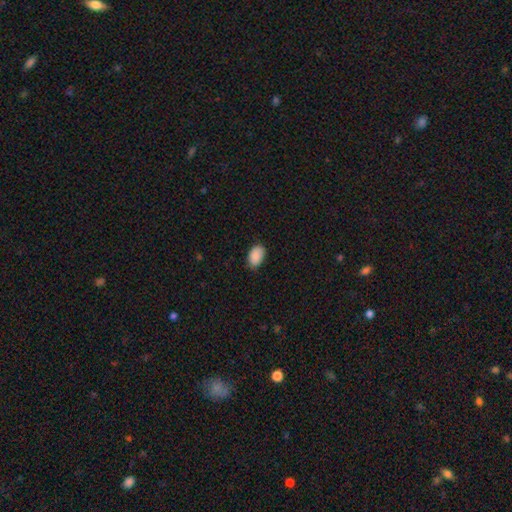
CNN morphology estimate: Q: Smooth or featured?
A: smooth (90%); runner-up: star or artifact (7%)
Q: How rounded?
A: in between (89%); runner-up: round (10%)
Q: Merging?
A: none (80%); runner-up: minor disturbance (16%)